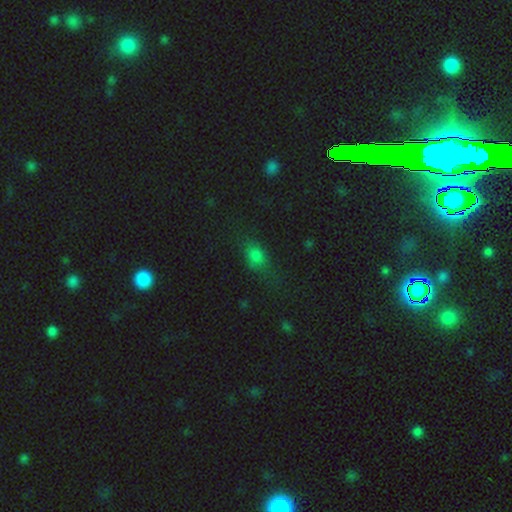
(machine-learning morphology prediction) This appears to be a smooth galaxy with no disk features (74%) that is in between round and cigar-shaped (72%). Merging: none (63%).